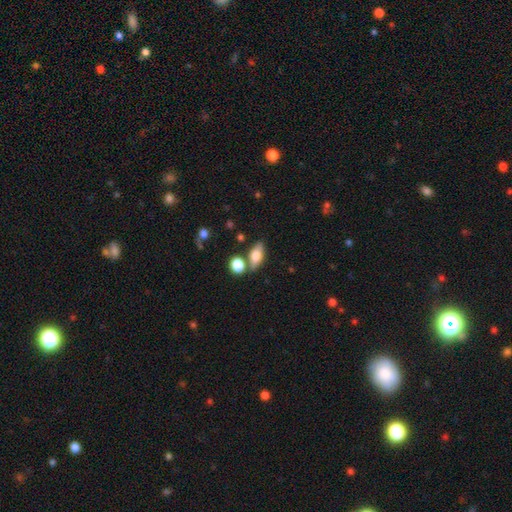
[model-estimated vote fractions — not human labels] Overall: smooth (71%). How rounded: in between (78%). Merging: none (70%).